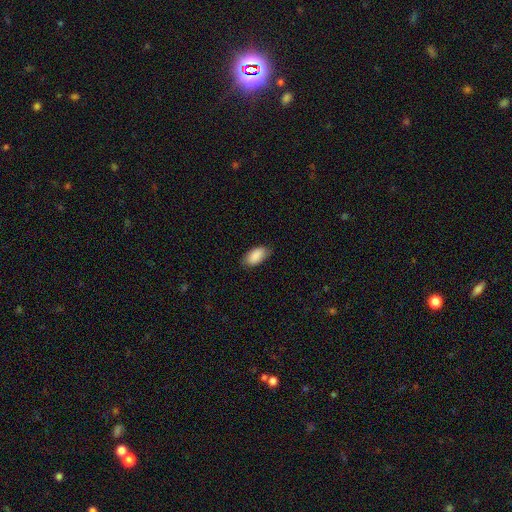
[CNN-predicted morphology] smooth_or_featured: smooth (p=0.89) [alt: star or artifact p=0.06]
how_rounded: in between (p=0.94) [alt: cigar-shaped p=0.03]
merging: none (p=0.78) [alt: minor disturbance p=0.18]